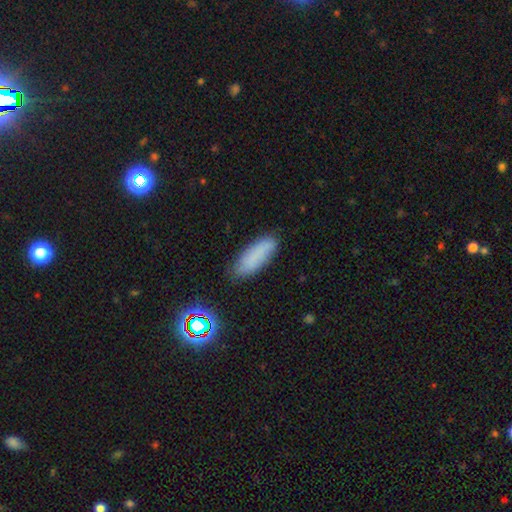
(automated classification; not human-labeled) smooth_or_featured: smooth (p=0.78) [alt: featured or disk p=0.11]
how_rounded: in between (p=0.62) [alt: cigar-shaped p=0.36]
merging: none (p=0.78) [alt: minor disturbance p=0.16]